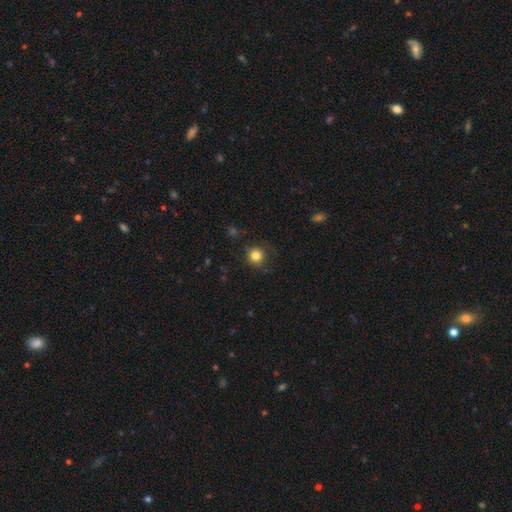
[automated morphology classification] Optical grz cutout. It shows a smooth galaxy with no disk features (82%) that is round (93%). Merging: none (80%).